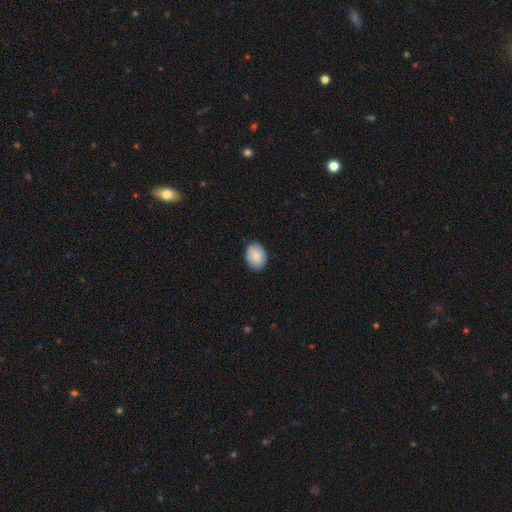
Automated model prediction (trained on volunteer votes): This is clearly a smooth galaxy (85%). How rounded: likely in between (70%). Merging: clearly none (87%).